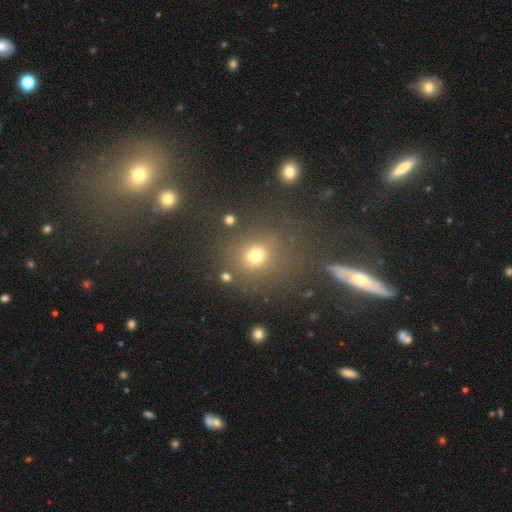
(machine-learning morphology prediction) The model was most divided on "smooth or featured": smooth: 69%, star or artifact: 22%, featured or disk: 9%. More confident: how rounded — round (80%); merging — none (74%).